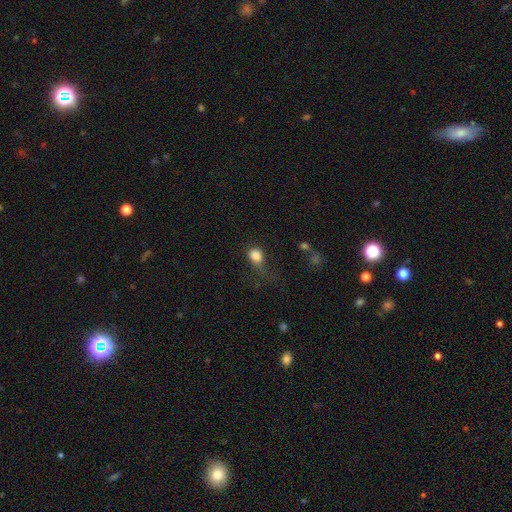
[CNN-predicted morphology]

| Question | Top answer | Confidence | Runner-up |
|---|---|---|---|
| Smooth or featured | smooth | 83% | star or artifact (10%) |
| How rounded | round | 61% | in between (37%) |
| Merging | none | 36% | major disturbance (31%) |